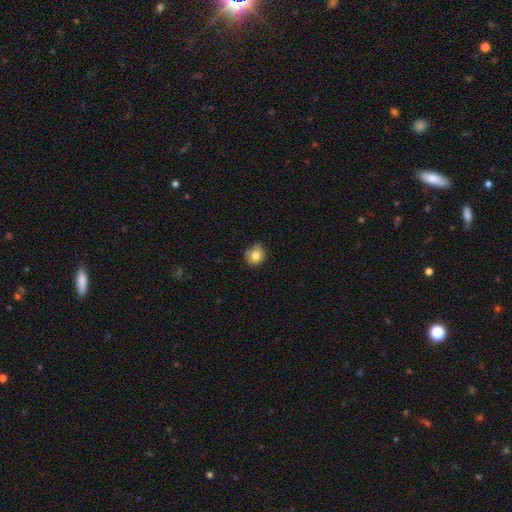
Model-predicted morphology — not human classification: Smooth or featured?
  - smooth: 80% *
  - star or artifact: 10%
  - featured or disk: 9%
How rounded?
  - round: 81% *
  - in between: 18%
  - cigar-shaped: 1%
Merging?
  - none: 62% *
  - minor disturbance: 29%
  - major disturbance: 6%
  - merger: 3%